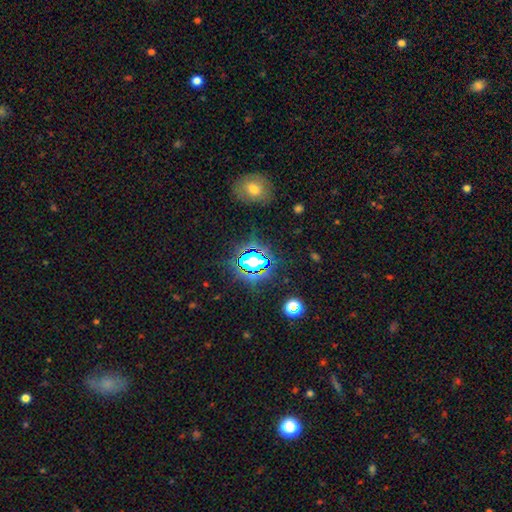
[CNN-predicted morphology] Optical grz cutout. It shows a star or artifact, not a galaxy (66%).